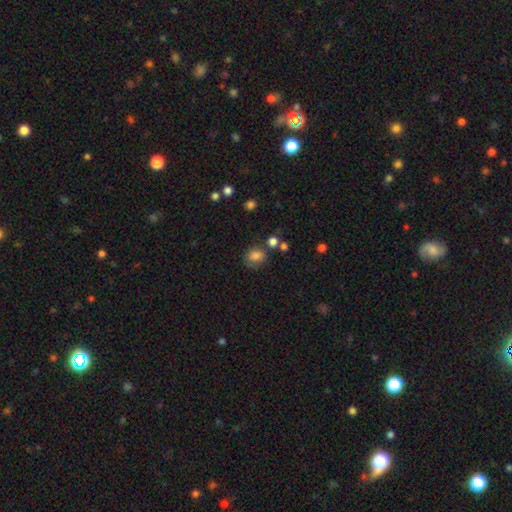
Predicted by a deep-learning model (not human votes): Q: Smooth or featured?
A: smooth (79%); runner-up: star or artifact (12%)
Q: How rounded?
A: round (51%); runner-up: in between (48%)
Q: Merging?
A: none (61%); runner-up: minor disturbance (22%)